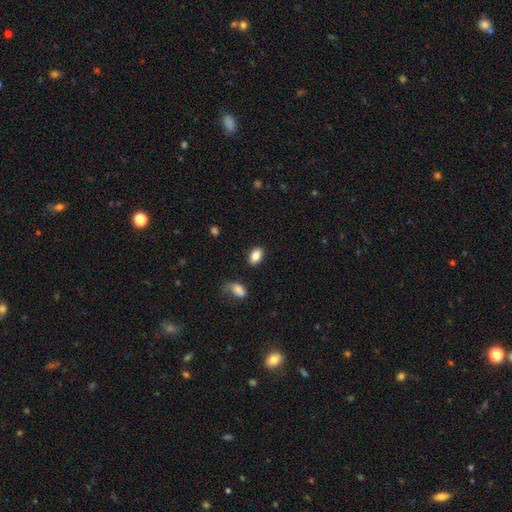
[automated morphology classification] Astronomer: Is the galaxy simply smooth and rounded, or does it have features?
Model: smooth — 85%.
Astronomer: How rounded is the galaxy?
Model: in between — 88%.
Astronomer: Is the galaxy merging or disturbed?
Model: none — 86%.